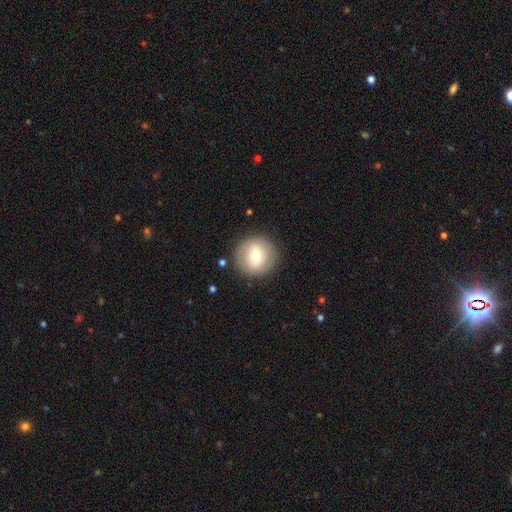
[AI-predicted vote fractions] Overall: smooth (66%; featured or disk 26%). How rounded: round (93%). Merging: none (88%).